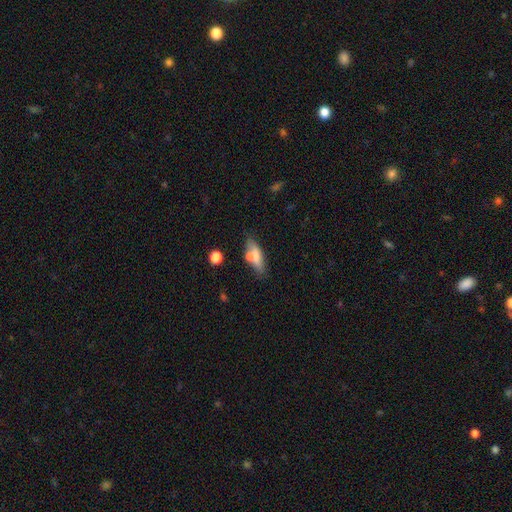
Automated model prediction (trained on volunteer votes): smooth 62%, featured or disk 29%, star or artifact 8%. Down the decision tree: how rounded — cigar-shaped (48%); merging — none (61%).